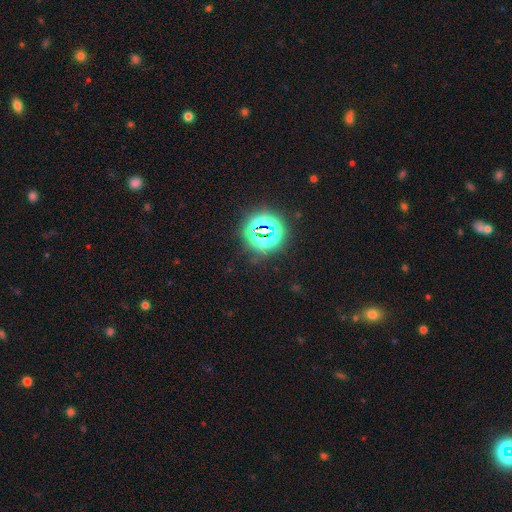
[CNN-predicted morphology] Q: Smooth or featured?
A: star or artifact (77%); runner-up: smooth (15%)